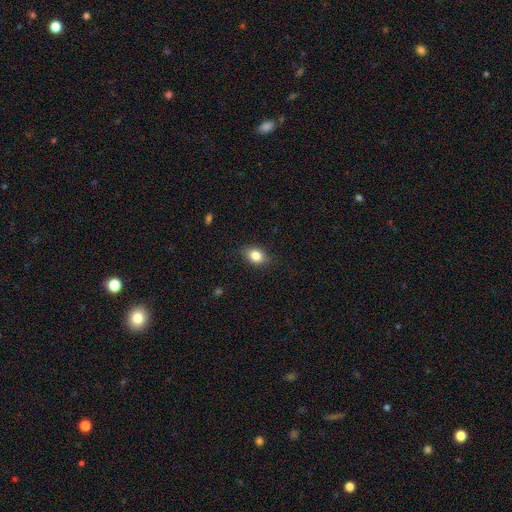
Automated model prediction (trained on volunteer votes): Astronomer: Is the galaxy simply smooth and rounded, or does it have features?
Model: smooth — 82%.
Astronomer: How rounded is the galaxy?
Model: in between — 71%.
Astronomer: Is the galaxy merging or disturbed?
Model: none — 83%.